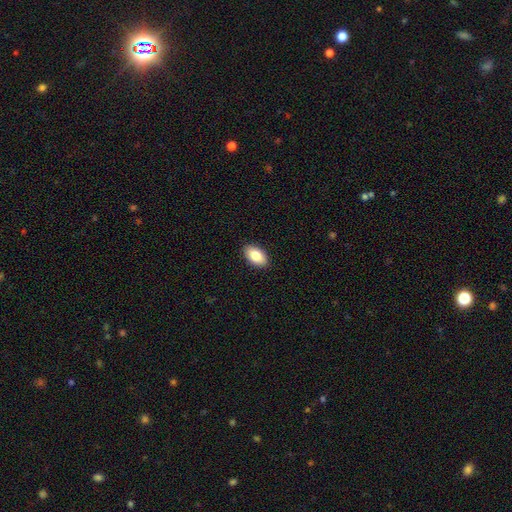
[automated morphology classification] smooth_or_featured: smooth (p=0.84) [alt: featured or disk p=0.10]
how_rounded: in between (p=0.94) [alt: round p=0.05]
merging: none (p=0.90) [alt: minor disturbance p=0.07]